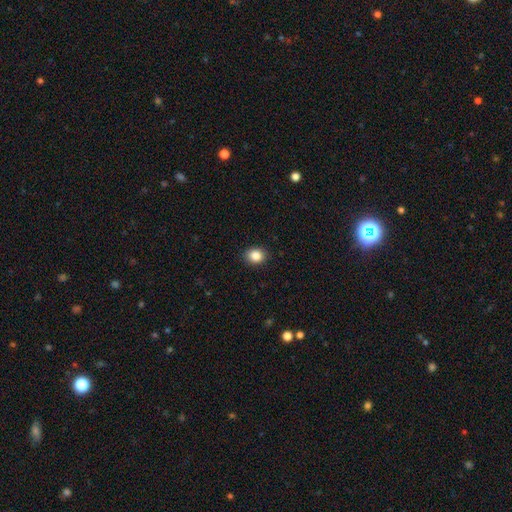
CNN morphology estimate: smooth 86%, star or artifact 10%, featured or disk 4%. Down the decision tree: how rounded — round (59%); merging — none (90%).